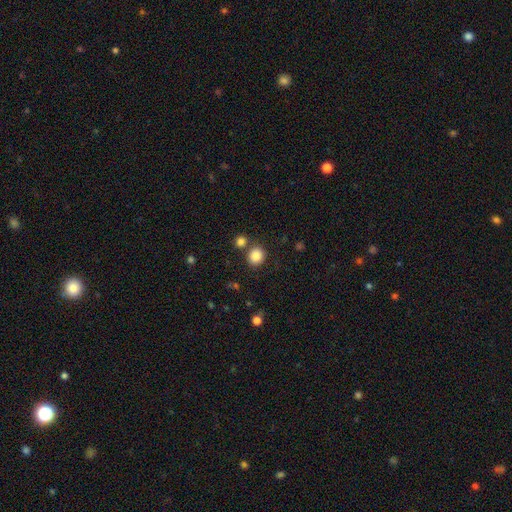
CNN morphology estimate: This appears to be a smooth galaxy with no disk features (86%) that is round (77%). Merging: none (75%).